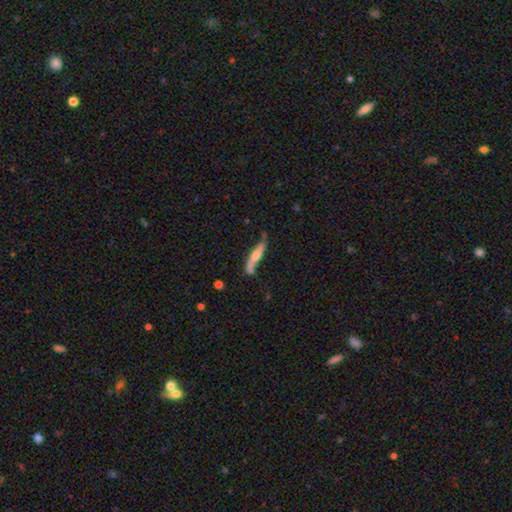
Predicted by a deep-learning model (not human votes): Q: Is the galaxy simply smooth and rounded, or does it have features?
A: featured or disk — 52%.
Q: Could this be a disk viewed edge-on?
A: yes — 73%.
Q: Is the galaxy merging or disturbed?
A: none — 59%.